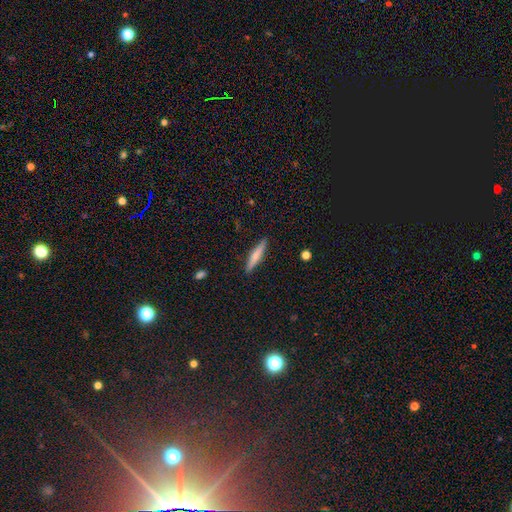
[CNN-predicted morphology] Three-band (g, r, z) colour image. It shows a smooth galaxy with no disk features (60%) that is cigar-shaped (90%). Merging: none (91%).